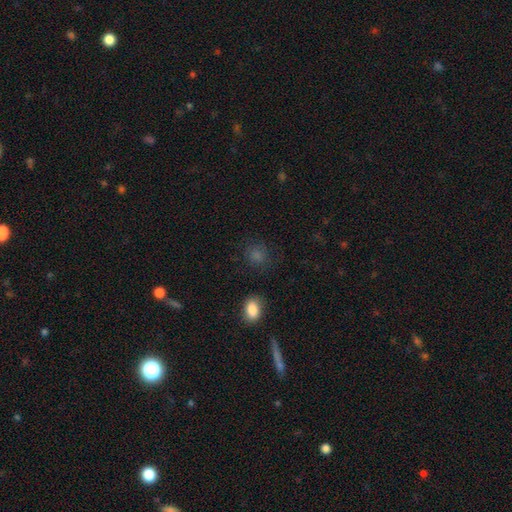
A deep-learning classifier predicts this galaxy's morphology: Overall: smooth (69%). How rounded: round (78%). Merging: none (82%).